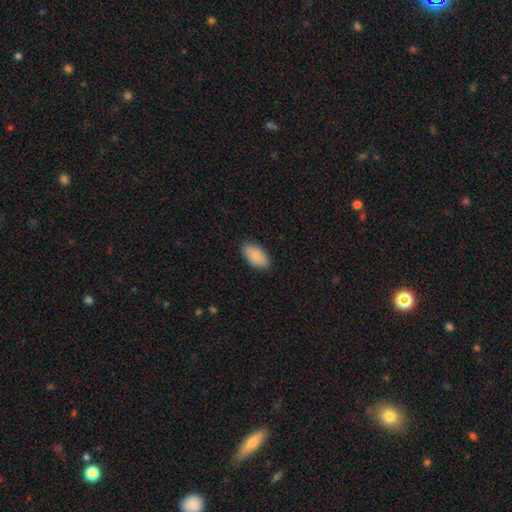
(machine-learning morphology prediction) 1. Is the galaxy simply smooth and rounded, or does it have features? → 86% smooth, 8% featured or disk, 6% star or artifact.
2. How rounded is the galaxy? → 94% in between, 3% round, 3% cigar-shaped.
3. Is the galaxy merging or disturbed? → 87% none, 10% minor disturbance, 2% major disturbance, 1% merger.